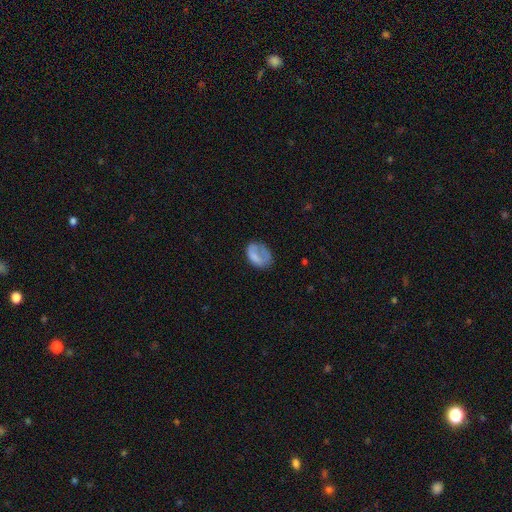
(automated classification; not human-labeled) Smooth or featured? smooth (67%)
How rounded? in between (77%)
Merging? none (39%)